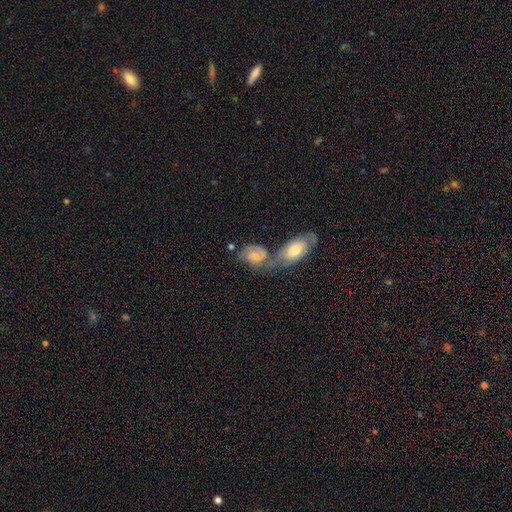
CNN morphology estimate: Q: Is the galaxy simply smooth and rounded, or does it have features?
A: featured or disk — 62%.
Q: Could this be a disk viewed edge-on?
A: no — 96%.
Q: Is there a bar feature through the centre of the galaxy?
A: no — 59%.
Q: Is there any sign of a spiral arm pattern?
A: yes — 87%.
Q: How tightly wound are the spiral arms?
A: medium — 43%, tied with tight.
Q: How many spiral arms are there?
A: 2 — 72%.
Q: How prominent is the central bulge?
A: moderate — 45%.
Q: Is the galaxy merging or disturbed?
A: merger — 56%.